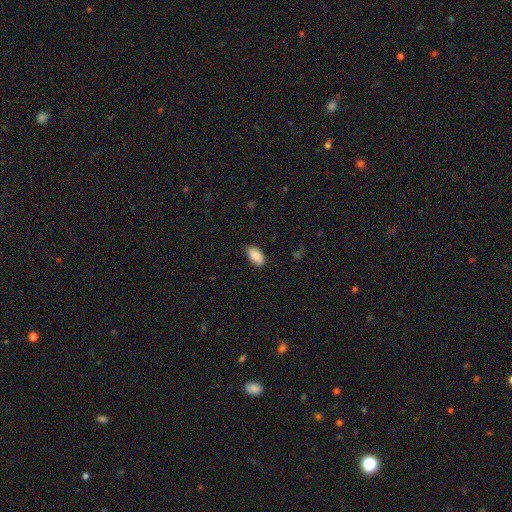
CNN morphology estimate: Overall: smooth (88%). How rounded: in between (94%). Merging: none (81%).